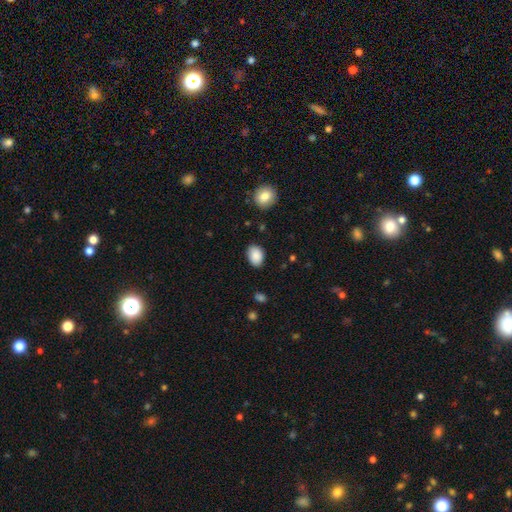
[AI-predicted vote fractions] This appears to be a smooth galaxy with no disk features (88%) that is in between round and cigar-shaped (78%). Merging: none (82%).